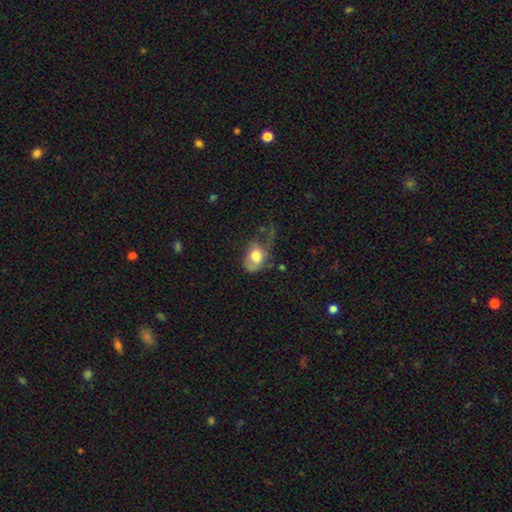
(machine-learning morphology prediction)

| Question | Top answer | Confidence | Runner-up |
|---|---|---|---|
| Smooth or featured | smooth | 64% | featured or disk (28%) |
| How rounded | in between | 78% | round (21%) |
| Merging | major disturbance | 48% | minor disturbance (26%) |